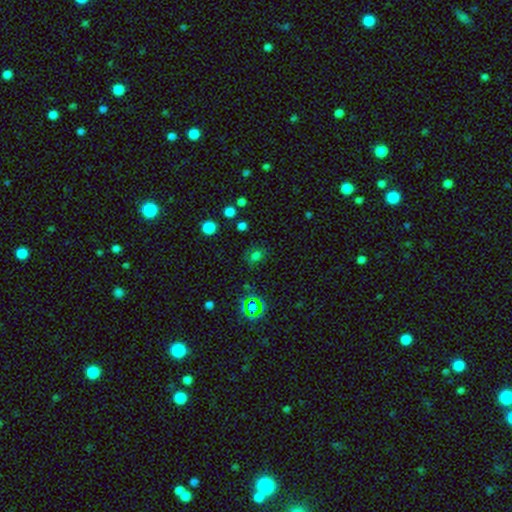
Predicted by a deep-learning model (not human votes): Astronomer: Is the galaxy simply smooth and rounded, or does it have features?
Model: smooth — 58%.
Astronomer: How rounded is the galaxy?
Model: round — 51% (runner-up: in between, 47%).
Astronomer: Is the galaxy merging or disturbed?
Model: none — 71%.